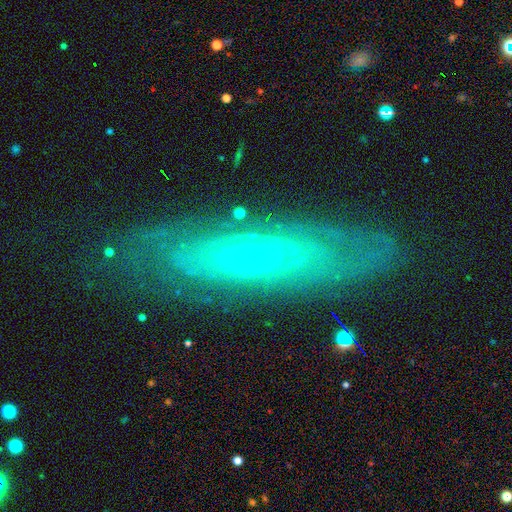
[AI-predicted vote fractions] Smooth or featured: featured or disk — 71% (smooth — 19%)
Edge-on disk: no — 70% (yes — 30%)
Bar: no — 82% (weak — 14%)
Spiral arms: yes — 76% (no — 24%)
Bulge size: small — 86% (moderate — 11%)
Merging: none — 80% (minor disturbance — 14%)